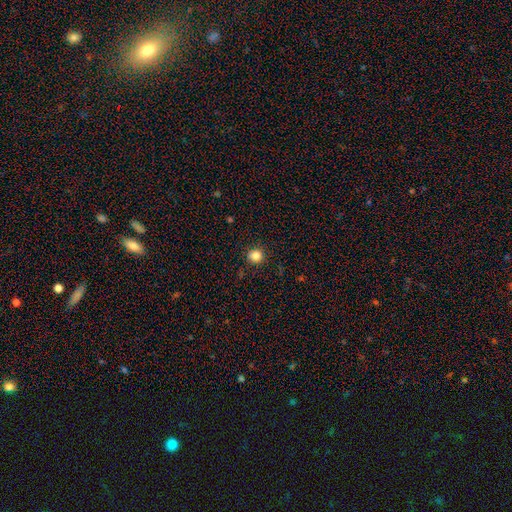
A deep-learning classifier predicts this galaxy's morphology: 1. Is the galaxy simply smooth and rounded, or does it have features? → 84% smooth, 12% star or artifact, 4% featured or disk.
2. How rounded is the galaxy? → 90% round, 9% in between, 1% cigar-shaped.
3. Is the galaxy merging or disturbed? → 90% none, 7% minor disturbance, 2% major disturbance, 1% merger.